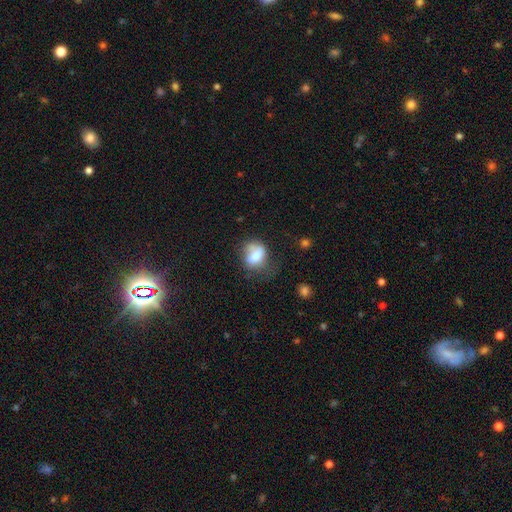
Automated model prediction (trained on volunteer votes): The model was most divided on "merging": none: 40%, minor disturbance: 30%, major disturbance: 21%, merger: 9%. More confident: smooth or featured — smooth (67%); how rounded — in between (58%).